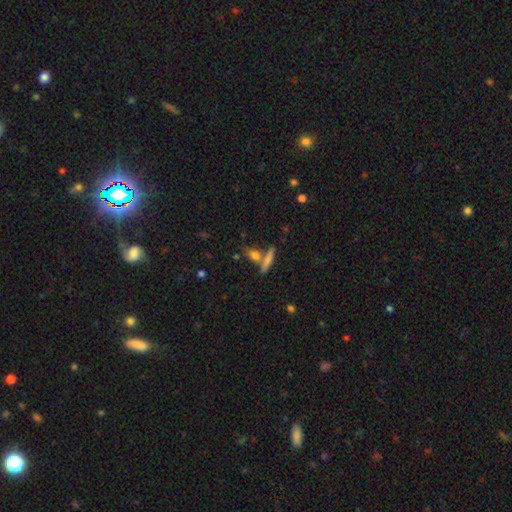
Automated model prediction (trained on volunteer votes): Morphology: type=smooth (68%); roundness=cigar-shaped (51%); merging=none (62%).